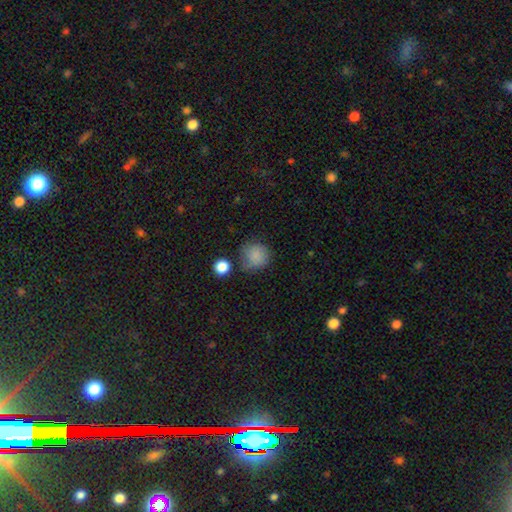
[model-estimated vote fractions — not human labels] This appears to be a smooth galaxy with no disk features (84%) that is round (89%). Merging: none (65%).